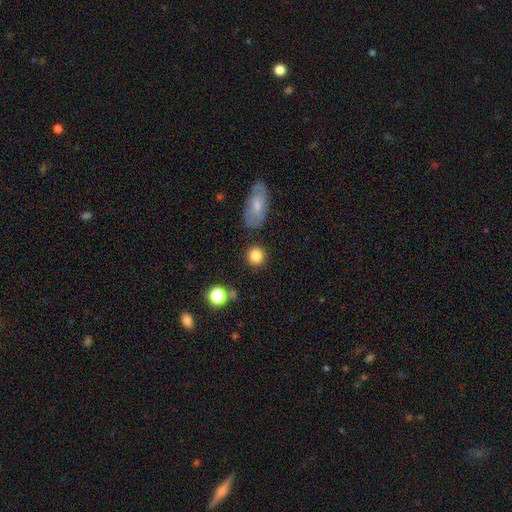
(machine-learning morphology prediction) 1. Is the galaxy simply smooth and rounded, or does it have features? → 84% smooth, 10% star or artifact, 6% featured or disk.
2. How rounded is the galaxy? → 88% round, 11% in between, 1% cigar-shaped.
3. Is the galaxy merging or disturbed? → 85% none, 9% minor disturbance, 3% merger, 3% major disturbance.